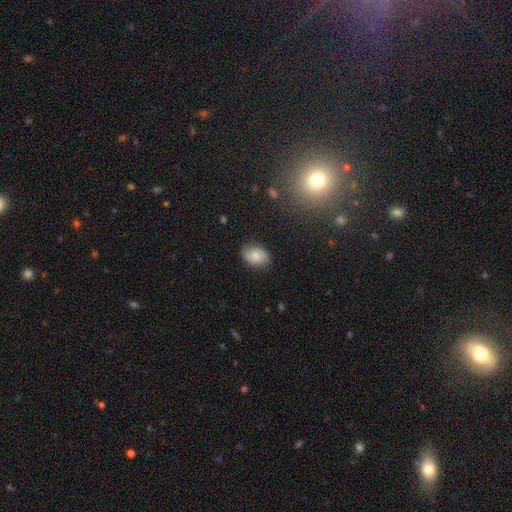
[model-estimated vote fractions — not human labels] A smooth galaxy with no disk features (74%) that is in between round and cigar-shaped (84%).

Vote fractions:
- Smooth or featured? smooth: 74% / featured or disk: 18% / star or artifact: 8%
- How rounded? in between: 84% / round: 15% / cigar-shaped: 1%
- Merging? none: 79% / minor disturbance: 16% / major disturbance: 4% / merger: 1%